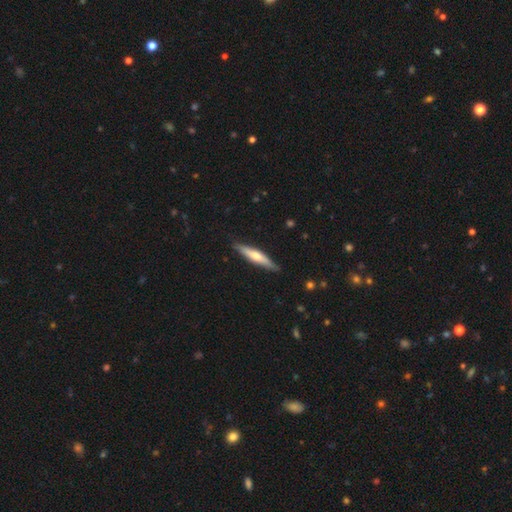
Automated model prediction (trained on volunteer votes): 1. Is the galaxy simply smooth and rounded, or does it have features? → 51% featured or disk, 44% smooth, 5% star or artifact.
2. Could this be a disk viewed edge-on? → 94% yes, 6% no.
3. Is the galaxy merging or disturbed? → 88% none, 10% minor disturbance, 2% major disturbance, 1% merger.